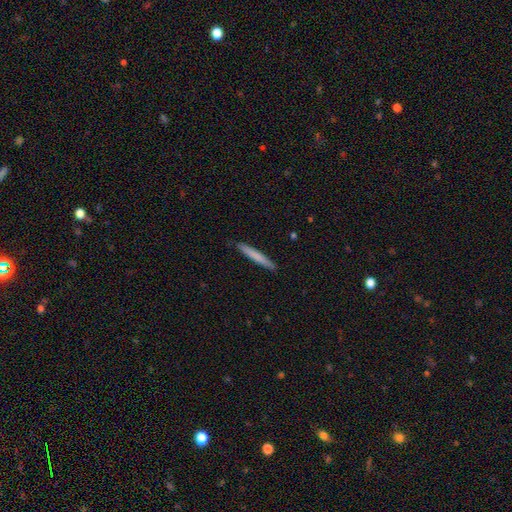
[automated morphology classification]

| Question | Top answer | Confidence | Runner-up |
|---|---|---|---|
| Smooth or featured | smooth | 73% | featured or disk (21%) |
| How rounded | cigar-shaped | 96% | in between (3%) |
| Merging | none | 91% | minor disturbance (7%) |